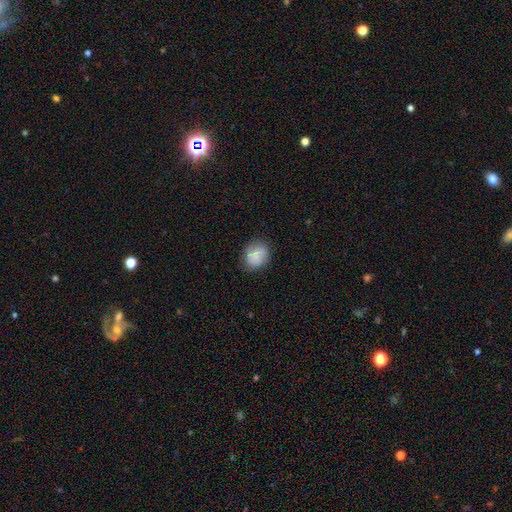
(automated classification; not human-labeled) Q: Smooth or featured?
A: smooth (69%); runner-up: featured or disk (23%)
Q: How rounded?
A: round (63%); runner-up: in between (36%)
Q: Merging?
A: none (73%); runner-up: minor disturbance (19%)